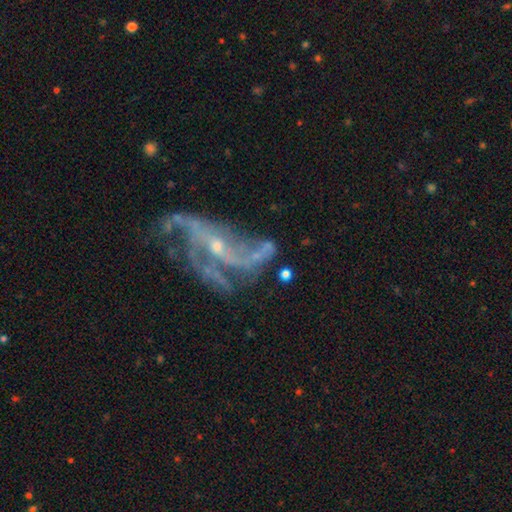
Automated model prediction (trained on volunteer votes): This is likely a featured or disk galaxy (77%). It is clearly not viewed edge-on (94%). Bar: possibly no (56%). Spiral arm pattern: likely yes (77%). Spiral arm count: possibly 2 (53%). Spiral winding: likely loose (62%). Central bulge: likely small (68%). Merging: marginally none (41%).